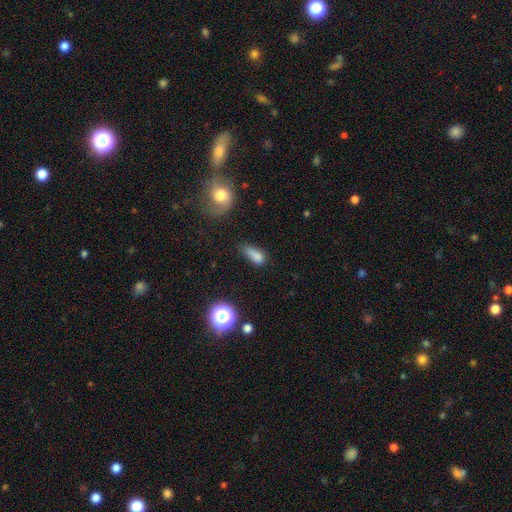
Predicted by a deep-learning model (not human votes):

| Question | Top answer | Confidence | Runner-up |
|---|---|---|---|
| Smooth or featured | smooth | 78% | star or artifact (13%) |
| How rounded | in between | 70% | cigar-shaped (22%) |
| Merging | none | 43% | minor disturbance (35%) |